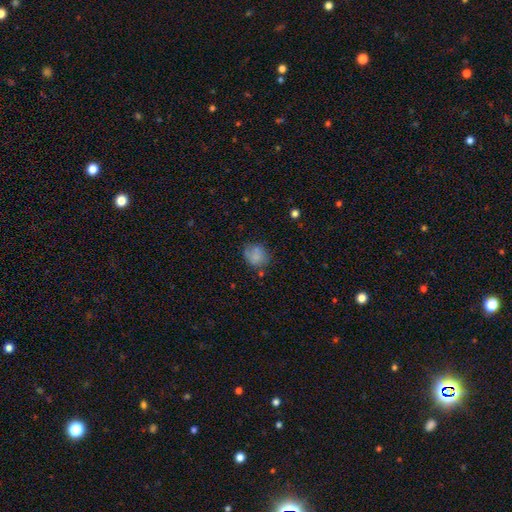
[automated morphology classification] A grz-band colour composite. It shows a smooth galaxy with no disk features (76%) that is round (68%). Merging: none (62%).